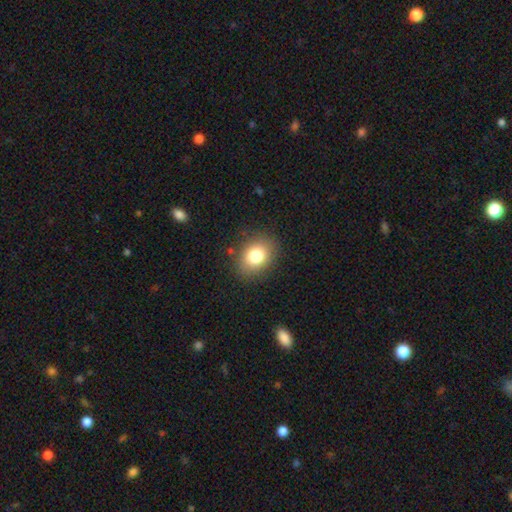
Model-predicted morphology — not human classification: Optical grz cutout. It shows a smooth galaxy with no disk features (80%) that is in between round and cigar-shaped (59%). Merging: none (85%).